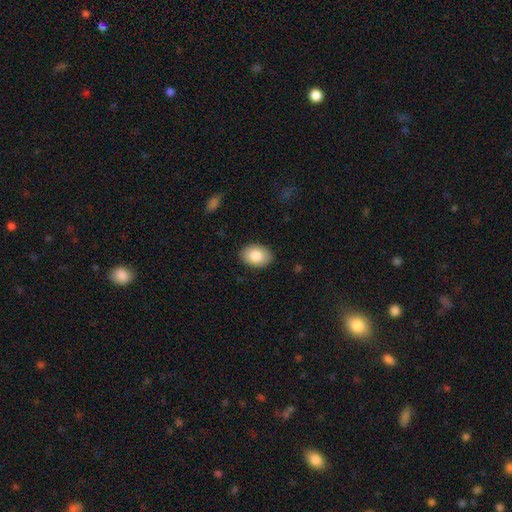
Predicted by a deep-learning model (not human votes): Morphology: type=smooth (85%); roundness=in between (81%); merging=none (88%).